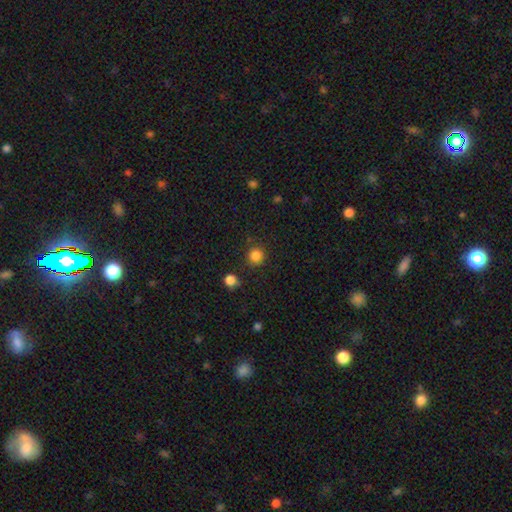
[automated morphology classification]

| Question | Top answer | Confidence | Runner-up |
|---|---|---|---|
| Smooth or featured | smooth | 84% | star or artifact (12%) |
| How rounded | round | 93% | in between (6%) |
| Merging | none | 87% | minor disturbance (7%) |